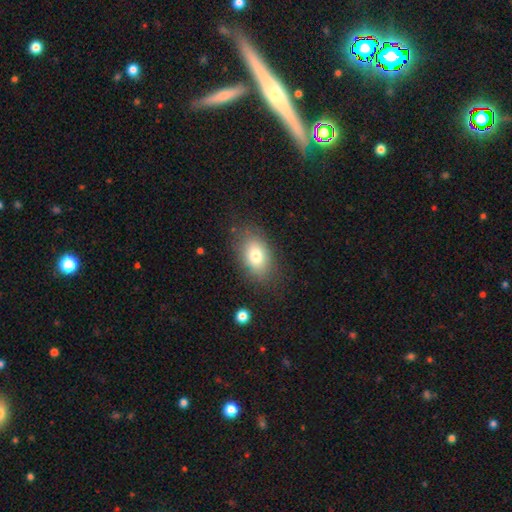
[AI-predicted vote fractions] smooth 76%, featured or disk 14%, star or artifact 10%. Down the decision tree: how rounded — in between (85%); merging — none (79%).